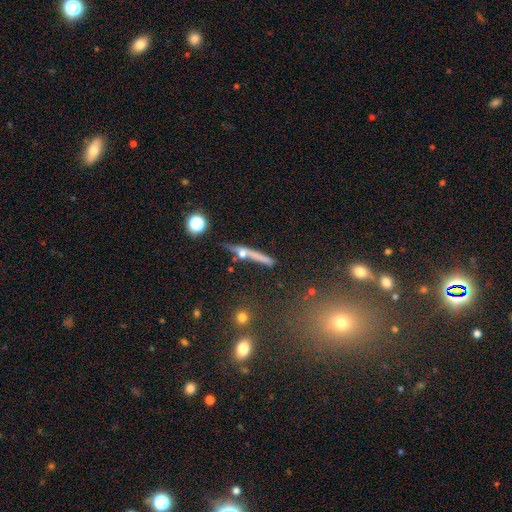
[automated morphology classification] A featured or disk galaxy (55%) viewed edge-on (93%) with a rounded central bulge (58%).

Vote fractions:
- Smooth or featured? featured or disk: 55% / smooth: 33% / star or artifact: 12%
- Edge-on disk? yes: 93% / no: 7%
- Edge-on bulge? rounded: 58% / none: 34% / boxy: 8%
- Merging? none: 71% / minor disturbance: 14% / merger: 10% / major disturbance: 5%